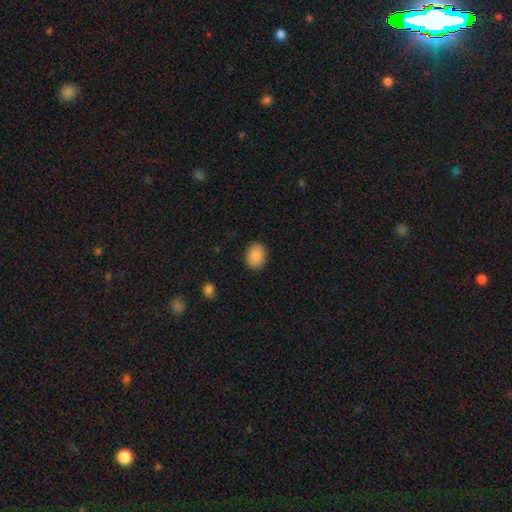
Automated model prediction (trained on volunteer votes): A smooth galaxy with no disk features (89%) that is in between round and cigar-shaped (74%). Merging: none (87%).